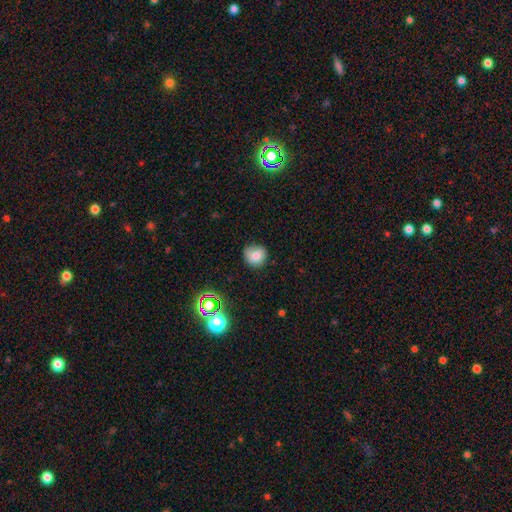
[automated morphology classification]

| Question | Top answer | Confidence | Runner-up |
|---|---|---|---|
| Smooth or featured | smooth | 76% | star or artifact (13%) |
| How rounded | round | 89% | in between (10%) |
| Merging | none | 73% | minor disturbance (20%) |